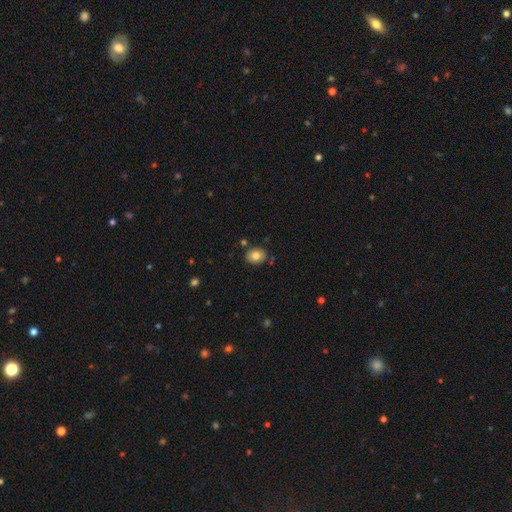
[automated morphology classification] smooth 79%, featured or disk 12%, star or artifact 9%. Down the decision tree: how rounded — in between (53%); merging — none (81%).